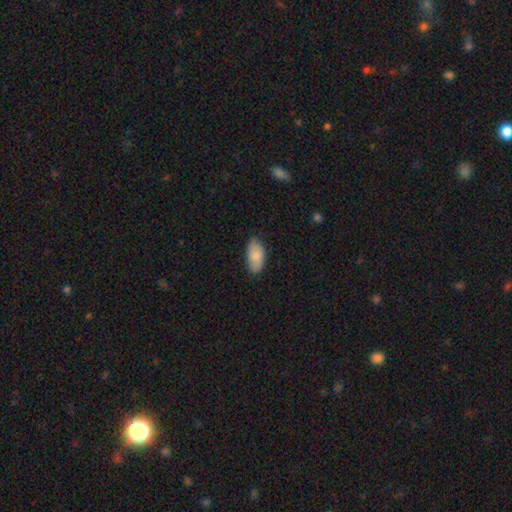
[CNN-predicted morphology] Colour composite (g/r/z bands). It shows a smooth galaxy with no disk features (84%) that is in between round and cigar-shaped (94%). Merging: none (79%).